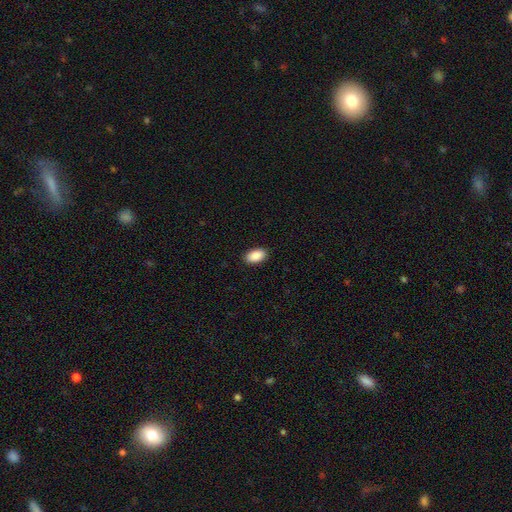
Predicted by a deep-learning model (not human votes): Q: Smooth or featured?
A: smooth (90%); runner-up: star or artifact (7%)
Q: How rounded?
A: in between (94%); runner-up: round (4%)
Q: Merging?
A: none (90%); runner-up: minor disturbance (7%)